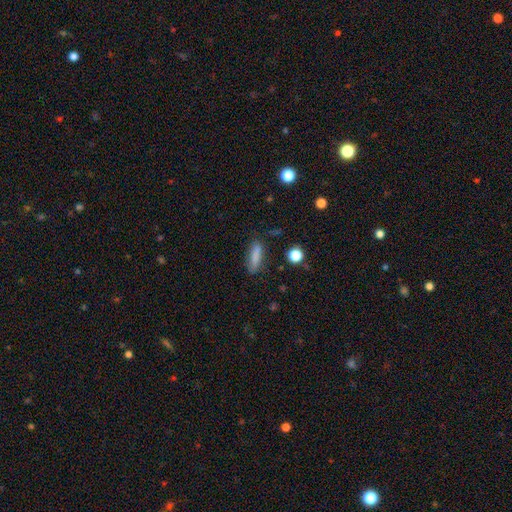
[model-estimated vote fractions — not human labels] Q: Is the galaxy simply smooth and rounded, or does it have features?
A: smooth — 82%.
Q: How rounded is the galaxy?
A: cigar-shaped — 60%.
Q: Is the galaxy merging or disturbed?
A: none — 78%.